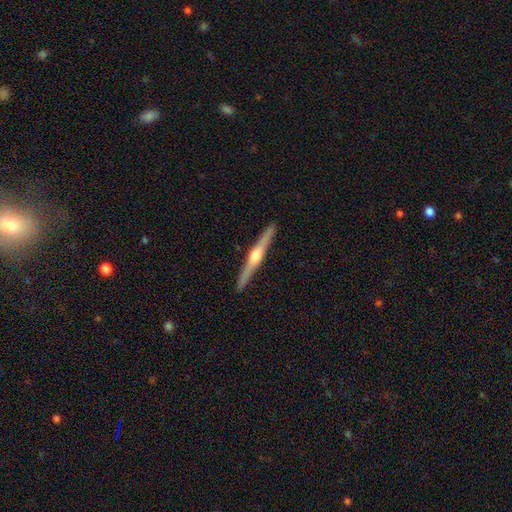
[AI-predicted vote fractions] This appears to be a featured or disk galaxy (79%) viewed edge-on (98%) with a rounded central bulge (92%). Merging: none (93%).